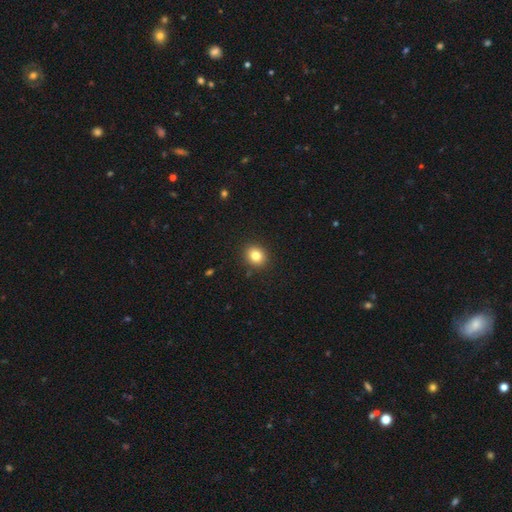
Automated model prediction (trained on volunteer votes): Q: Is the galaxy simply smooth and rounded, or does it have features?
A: smooth — 82%.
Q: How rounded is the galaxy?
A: round — 71%.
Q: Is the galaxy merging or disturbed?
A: none — 90%.